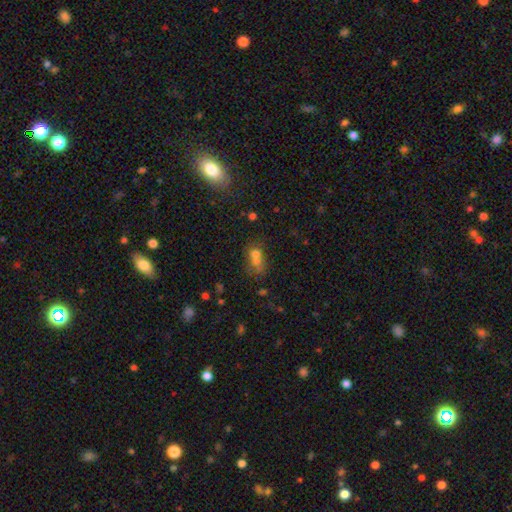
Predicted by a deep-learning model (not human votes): smooth-or-featured: smooth: 62% | star or artifact: 22% | featured or disk: 16%
  how-rounded: round: 51% | in between: 46% | cigar-shaped: 4%
  merging: merger: 52% | none: 31% | minor disturbance: 10% | major disturbance: 7%